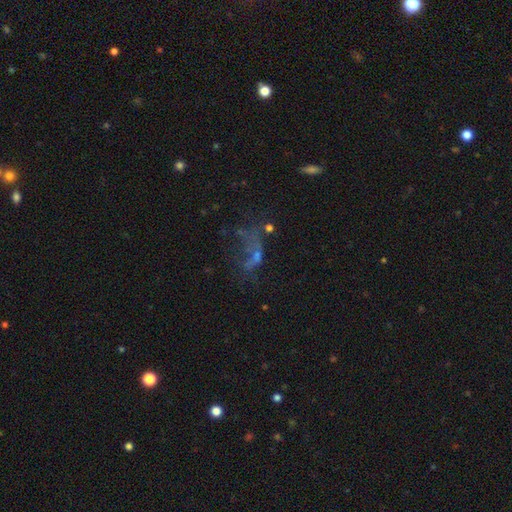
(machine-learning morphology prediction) featured or disk 44%, star or artifact 29%, smooth 28%. Down the decision tree: merging — major disturbance (40%).